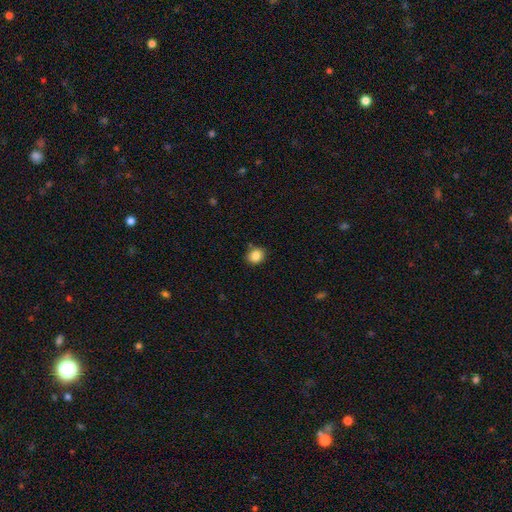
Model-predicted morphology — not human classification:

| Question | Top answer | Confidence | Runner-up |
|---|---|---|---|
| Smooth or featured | smooth | 85% | star or artifact (10%) |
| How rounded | round | 70% | in between (29%) |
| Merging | none | 81% | minor disturbance (13%) |